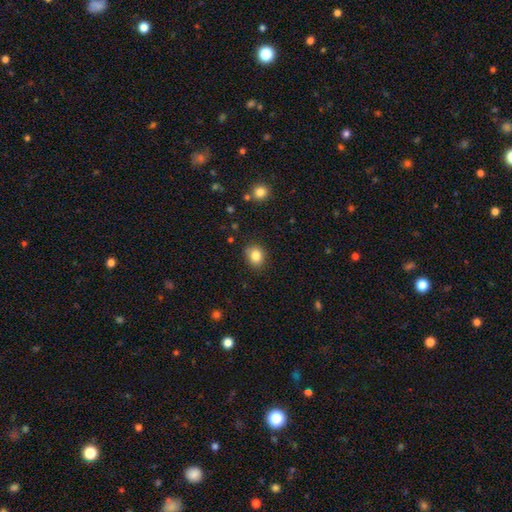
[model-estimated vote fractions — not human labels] Smooth or featured?
  - smooth: 83% *
  - star or artifact: 10%
  - featured or disk: 6%
How rounded?
  - round: 65% *
  - in between: 35%
  - cigar-shaped: 1%
Merging?
  - none: 82% *
  - minor disturbance: 13%
  - major disturbance: 3%
  - merger: 2%